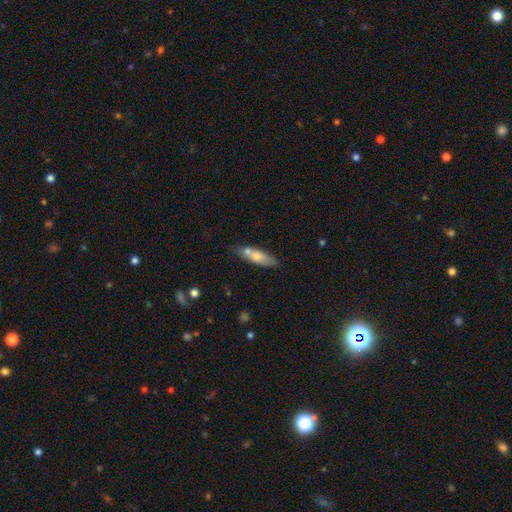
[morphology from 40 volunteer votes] This appears to be a smooth galaxy with no disk features (60%) that is in between round and cigar-shaped (58%). Merging: none (57%).